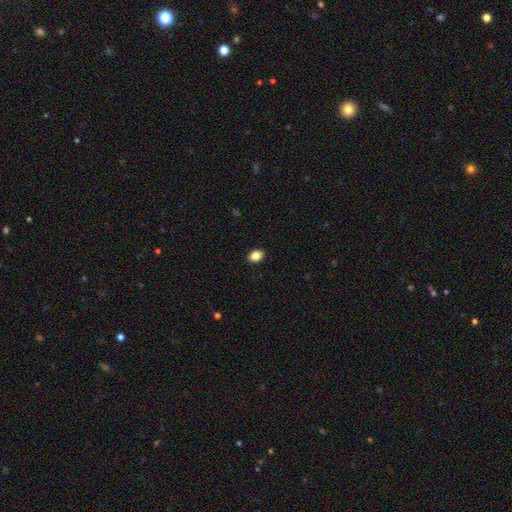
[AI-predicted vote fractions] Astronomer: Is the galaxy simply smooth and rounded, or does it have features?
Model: smooth — 86%.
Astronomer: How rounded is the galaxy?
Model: in between — 73%.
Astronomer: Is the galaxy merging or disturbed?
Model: none — 91%.